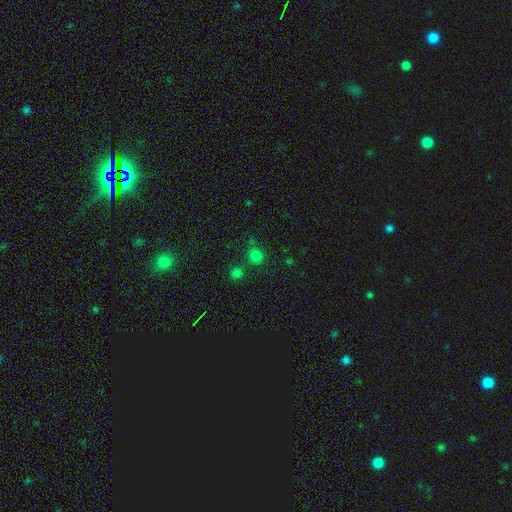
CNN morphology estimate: Smooth or featured? smooth (74%)
How rounded? round (92%)
Merging? none (74%)